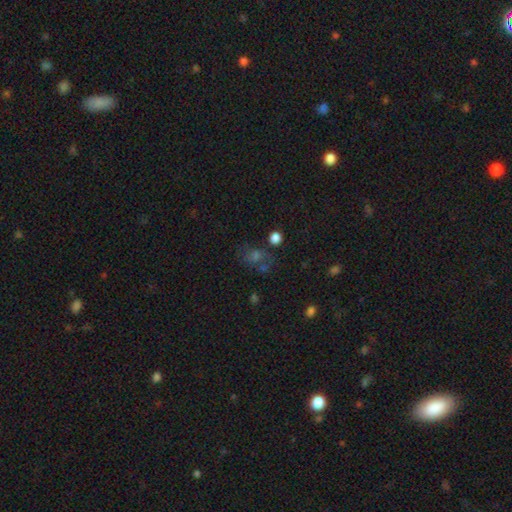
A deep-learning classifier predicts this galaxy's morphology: This is marginally a smooth galaxy (42%). Merging: possibly none (55%).